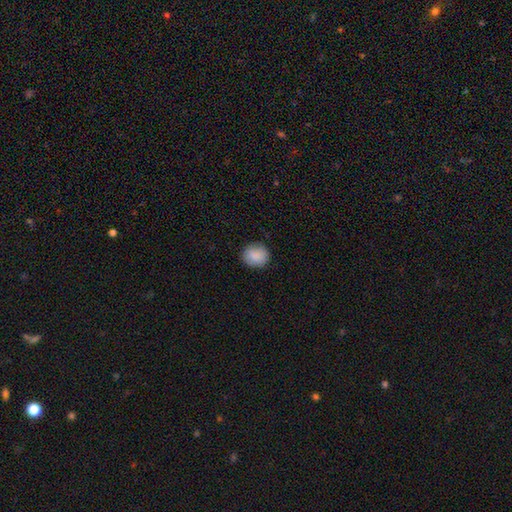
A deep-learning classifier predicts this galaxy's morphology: This is clearly a smooth galaxy (88%). How rounded: clearly round (80%). Merging: clearly none (87%).